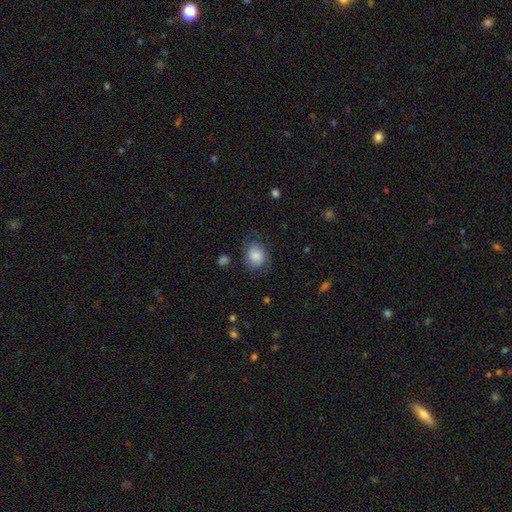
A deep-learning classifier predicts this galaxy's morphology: Smooth or featured: smooth — 77% (featured or disk — 15%)
How rounded: round — 58% (in between — 41%)
Merging: none — 64% (minor disturbance — 24%)